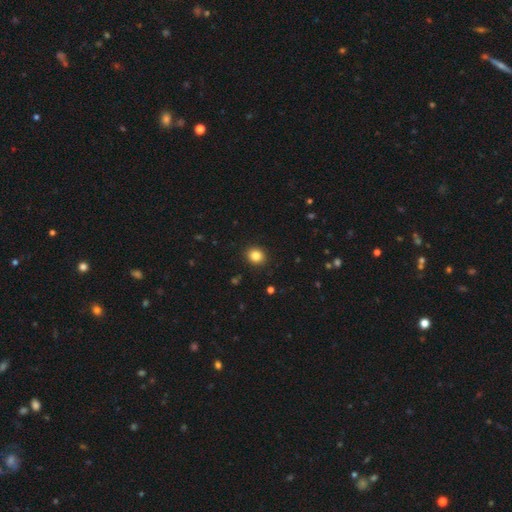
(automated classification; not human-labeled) Smooth or featured: smooth — 84% (star or artifact — 10%)
How rounded: round — 78% (in between — 21%)
Merging: none — 91% (minor disturbance — 6%)